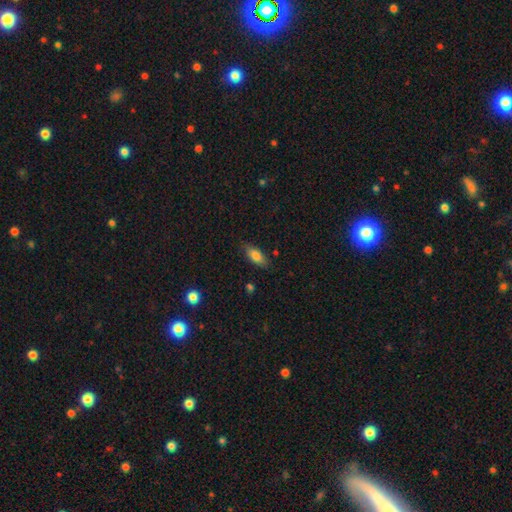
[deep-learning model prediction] Morphology: type=smooth (81%); roundness=in between (81%); merging=none (80%).